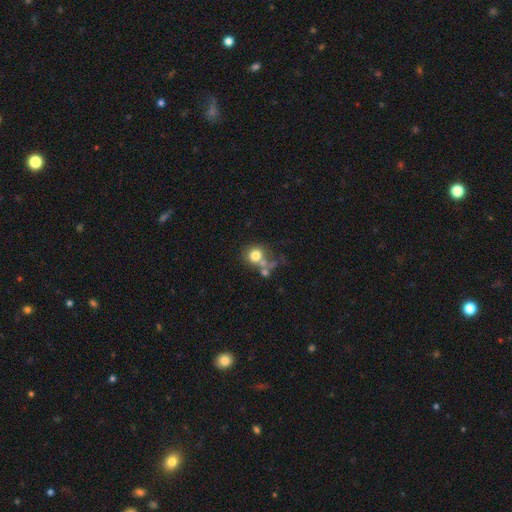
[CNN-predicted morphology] Smooth or featured?
  - smooth: 74% *
  - featured or disk: 15%
  - star or artifact: 12%
How rounded?
  - round: 78% *
  - in between: 21%
  - cigar-shaped: 1%
Merging?
  - none: 41% *
  - merger: 33%
  - minor disturbance: 13%
  - major disturbance: 12%